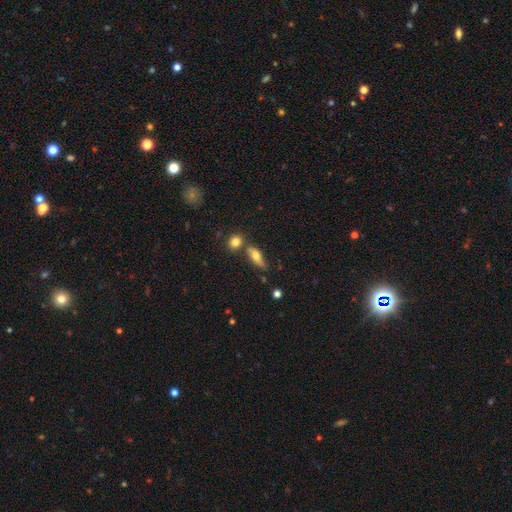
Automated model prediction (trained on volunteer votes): smooth-or-featured: smooth: 57% | featured or disk: 34% | star or artifact: 8%
  how-rounded: in between: 54% | cigar-shaped: 41% | round: 6%
  merging: none: 60% | minor disturbance: 17% | merger: 17% | major disturbance: 6%